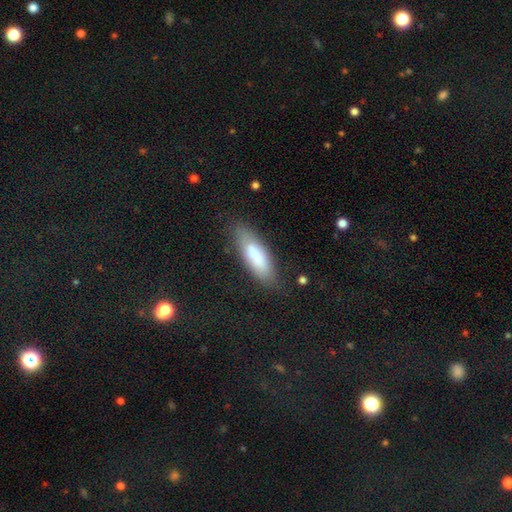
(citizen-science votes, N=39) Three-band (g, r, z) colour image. It shows a smooth galaxy with no disk features (77%) that is in between round and cigar-shaped (70%). Merging: none (78%).